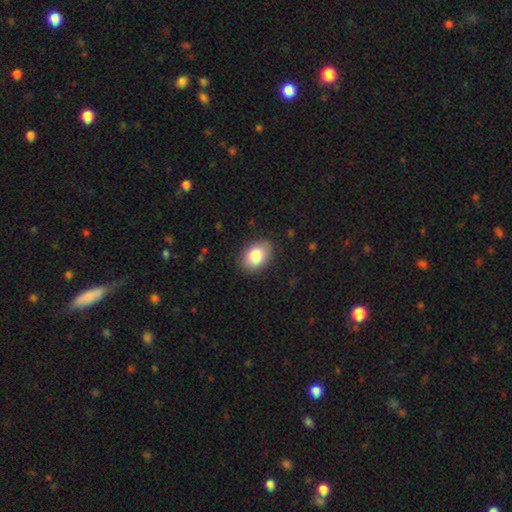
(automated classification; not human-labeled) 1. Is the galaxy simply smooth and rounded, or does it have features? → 83% smooth, 10% featured or disk, 8% star or artifact.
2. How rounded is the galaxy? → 79% in between, 20% round, 1% cigar-shaped.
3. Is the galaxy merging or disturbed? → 86% none, 10% minor disturbance, 2% major disturbance, 1% merger.